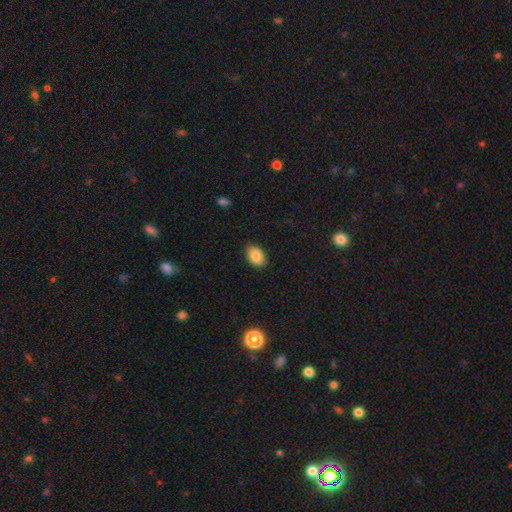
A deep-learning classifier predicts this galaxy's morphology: smooth 87%, star or artifact 8%, featured or disk 5%. Down the decision tree: how rounded — in between (87%); merging — none (87%).